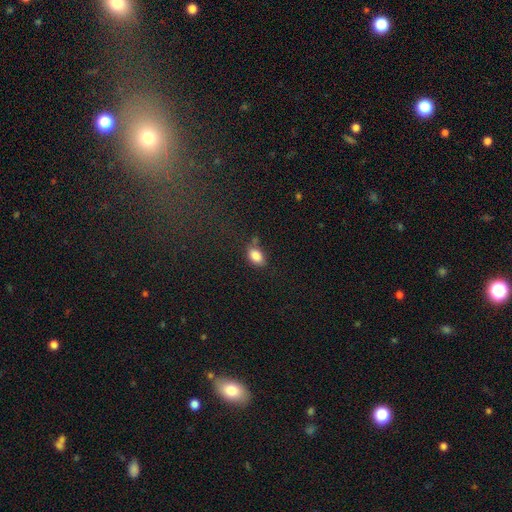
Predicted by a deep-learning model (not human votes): Smooth or featured?
  - smooth: 86% *
  - star or artifact: 9%
  - featured or disk: 6%
How rounded?
  - in between: 89% *
  - round: 9%
  - cigar-shaped: 2%
Merging?
  - none: 64% *
  - minor disturbance: 23%
  - merger: 8%
  - major disturbance: 6%